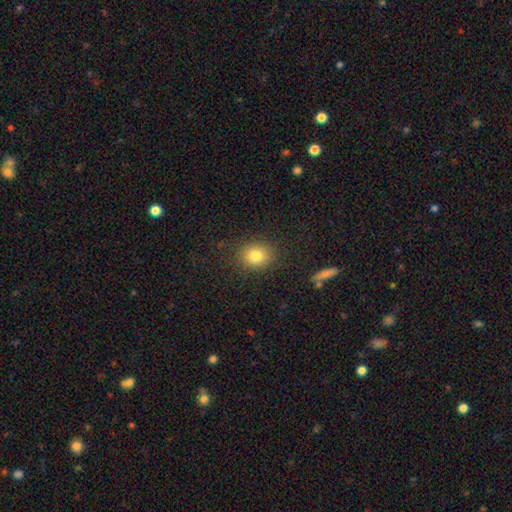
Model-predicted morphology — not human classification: A smooth galaxy with no disk features (81%) that is round (65%). Merging: none (86%).